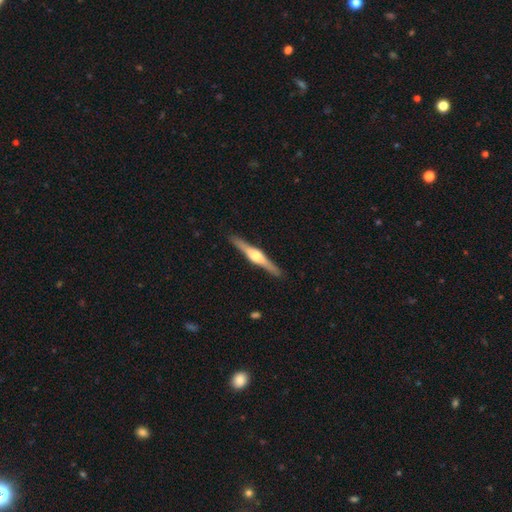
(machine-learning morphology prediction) Smooth or featured: featured or disk — 78% (smooth — 18%)
Edge-on disk: yes — 98% (no — 2%)
Edge-on bulge: rounded — 93% (boxy — 5%)
Merging: none — 91% (minor disturbance — 7%)